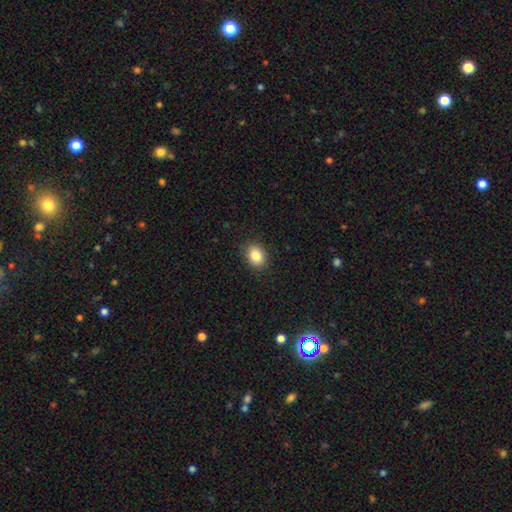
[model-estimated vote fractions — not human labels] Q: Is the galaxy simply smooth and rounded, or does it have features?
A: smooth — 85%.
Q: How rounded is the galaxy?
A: in between — 56%.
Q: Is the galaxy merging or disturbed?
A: none — 89%.